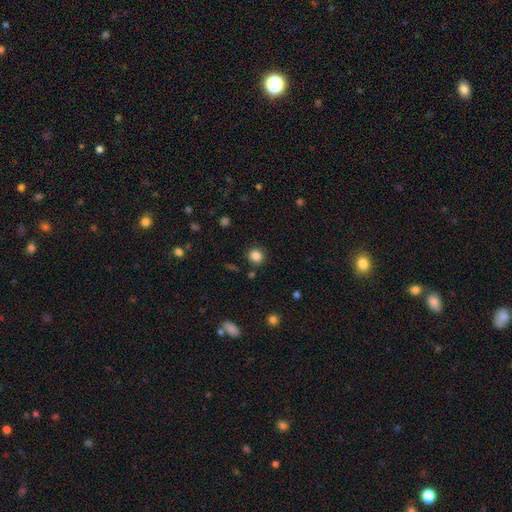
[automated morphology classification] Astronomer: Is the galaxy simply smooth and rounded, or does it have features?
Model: smooth — 84%.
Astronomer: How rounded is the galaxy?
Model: round — 85%.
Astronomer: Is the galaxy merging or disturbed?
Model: none — 87%.